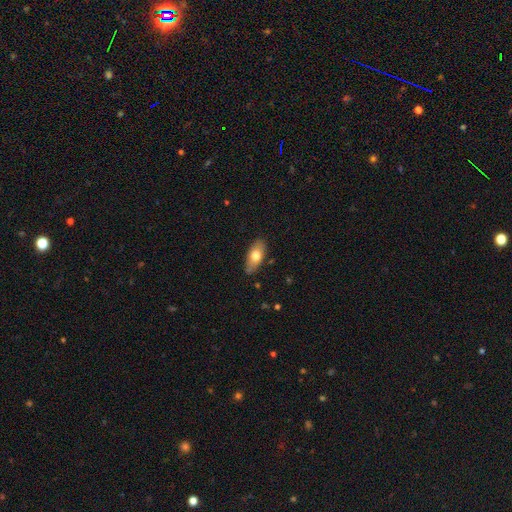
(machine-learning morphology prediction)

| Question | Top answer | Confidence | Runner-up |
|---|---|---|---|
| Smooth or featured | smooth | 70% | featured or disk (24%) |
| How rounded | in between | 85% | cigar-shaped (11%) |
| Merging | none | 83% | minor disturbance (14%) |